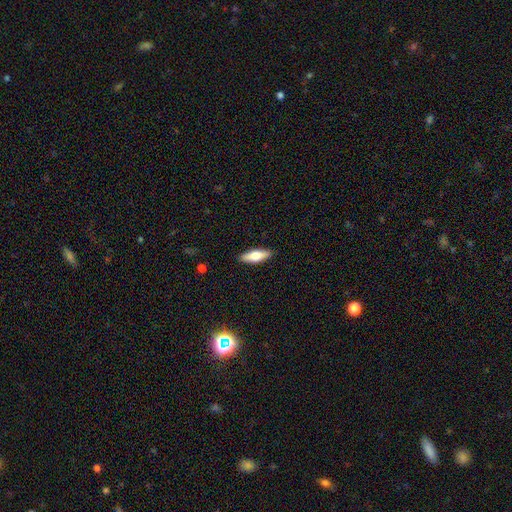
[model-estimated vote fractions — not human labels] This appears to be a smooth galaxy with no disk features (62%) that is in between round and cigar-shaped (56%). Merging: none (89%).